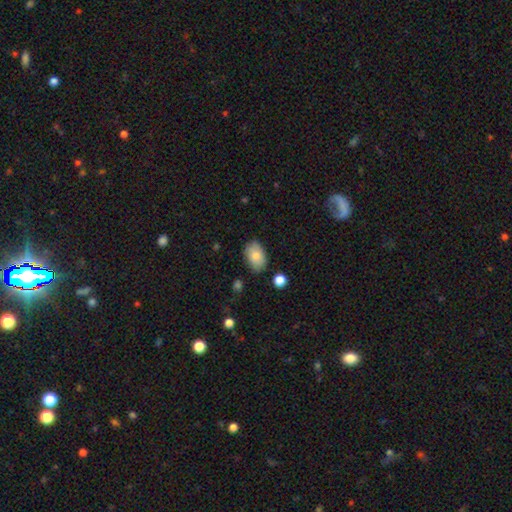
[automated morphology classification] Smooth or featured? Predicted: smooth (p=0.83). How rounded? Predicted: in between (p=0.89). Merging? Predicted: none (p=0.80).